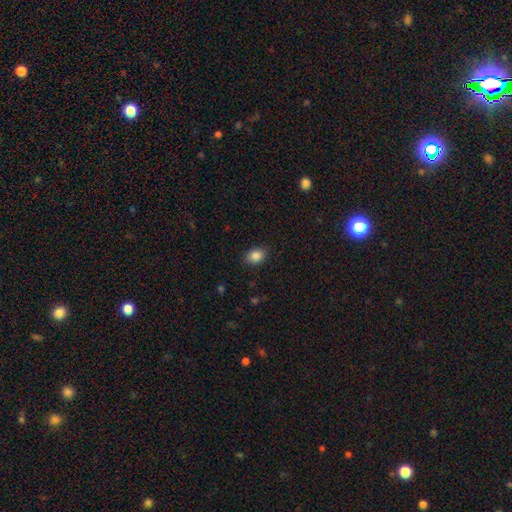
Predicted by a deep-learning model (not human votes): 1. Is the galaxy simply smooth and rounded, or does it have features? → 87% smooth, 9% star or artifact, 4% featured or disk.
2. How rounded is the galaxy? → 70% in between, 28% round, 1% cigar-shaped.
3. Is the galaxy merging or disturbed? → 85% none, 11% minor disturbance, 3% major disturbance, 1% merger.